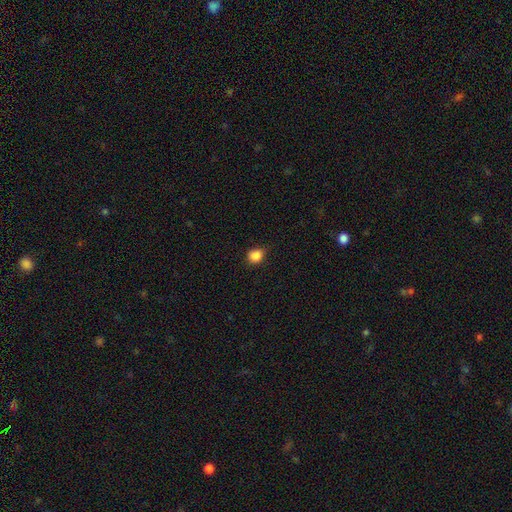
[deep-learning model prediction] Smooth or featured? smooth (87%)
How rounded? round (76%)
Merging? none (78%)